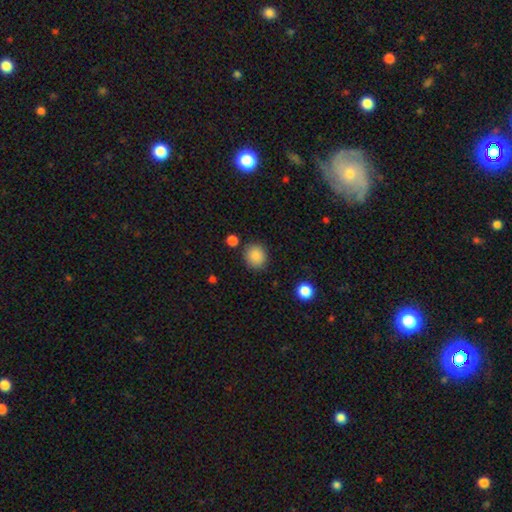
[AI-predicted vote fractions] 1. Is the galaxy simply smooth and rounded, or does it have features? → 87% smooth, 9% star or artifact, 4% featured or disk.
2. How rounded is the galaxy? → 85% round, 14% in between, 1% cigar-shaped.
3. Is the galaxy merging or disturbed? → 84% none, 9% minor disturbance, 4% merger, 3% major disturbance.